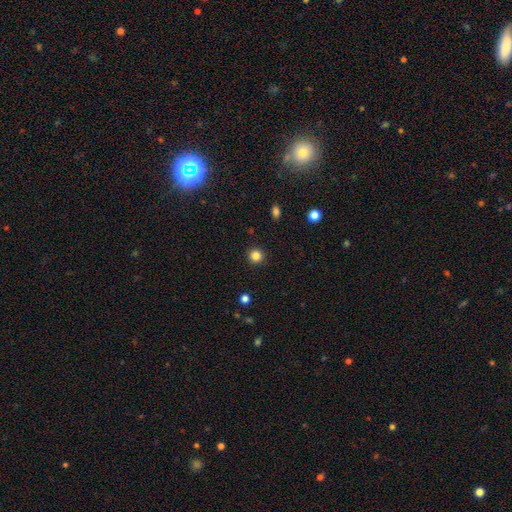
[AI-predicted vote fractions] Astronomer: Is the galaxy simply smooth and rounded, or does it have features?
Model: smooth — 84%.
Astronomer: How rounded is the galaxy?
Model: round — 94%.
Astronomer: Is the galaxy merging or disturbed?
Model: none — 92%.